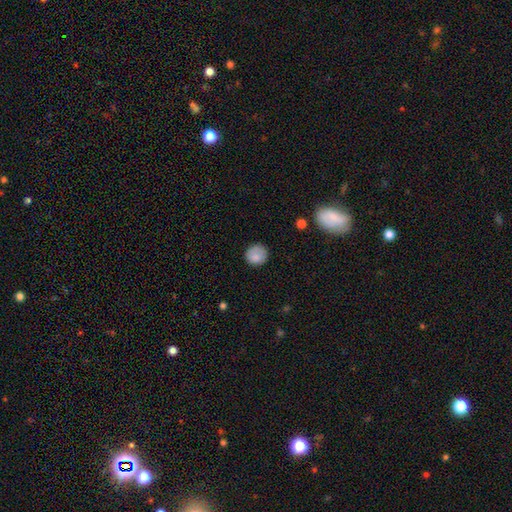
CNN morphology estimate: Smooth or featured: smooth — 85% (star or artifact — 9%)
How rounded: round — 90% (in between — 9%)
Merging: none — 84% (minor disturbance — 12%)